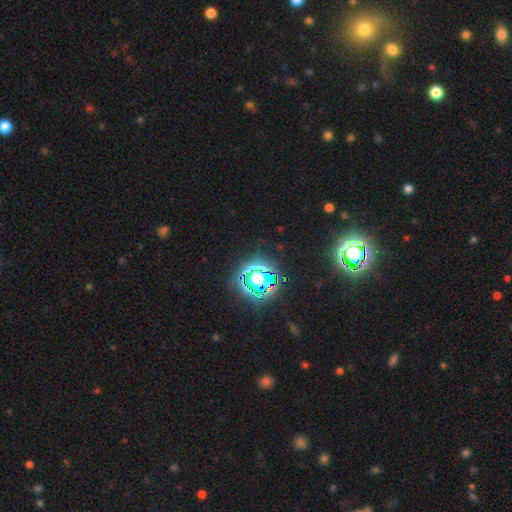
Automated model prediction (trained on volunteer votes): The model was most divided on "smooth or featured": star or artifact: 81%, smooth: 12%, featured or disk: 7%.